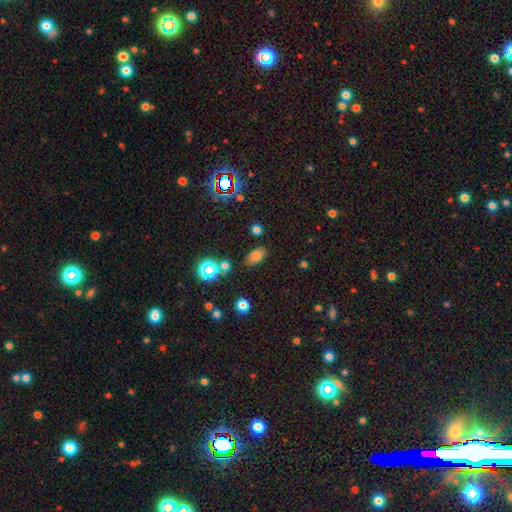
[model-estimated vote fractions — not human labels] Smooth or featured? smooth (72%)
How rounded? in between (87%)
Merging? none (79%)